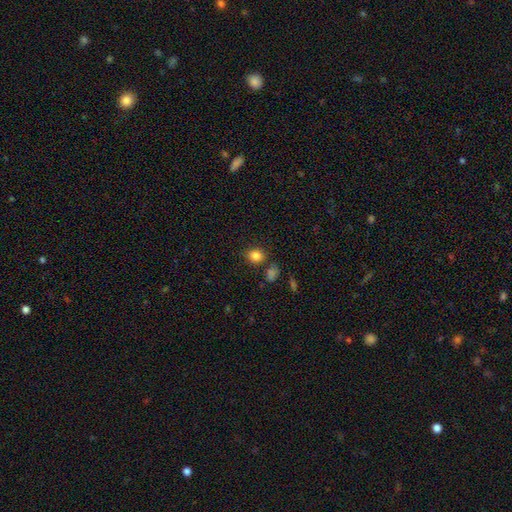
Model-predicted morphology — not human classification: type=smooth (84%); roundness=round (65%); merging=none (78%).